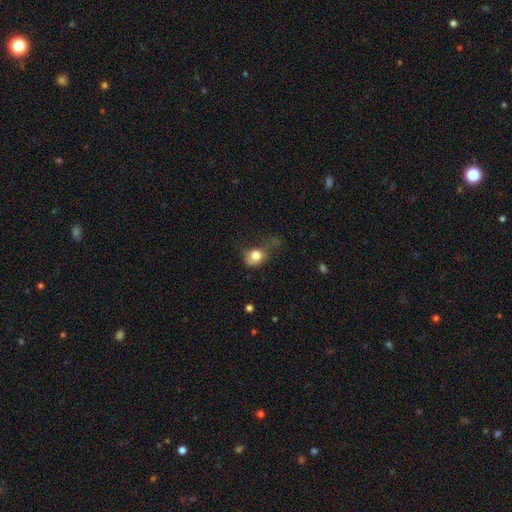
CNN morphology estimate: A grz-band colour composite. It shows a smooth galaxy with no disk features (77%) that is round (54%). Merging: major disturbance (39%).